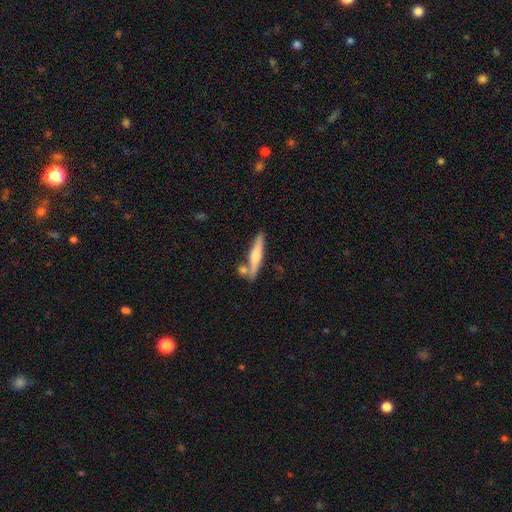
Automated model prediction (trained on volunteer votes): smooth-or-featured: smooth: 50% | featured or disk: 45% | star or artifact: 6%
  merging: none: 72% | merger: 14% | minor disturbance: 11% | major disturbance: 3%